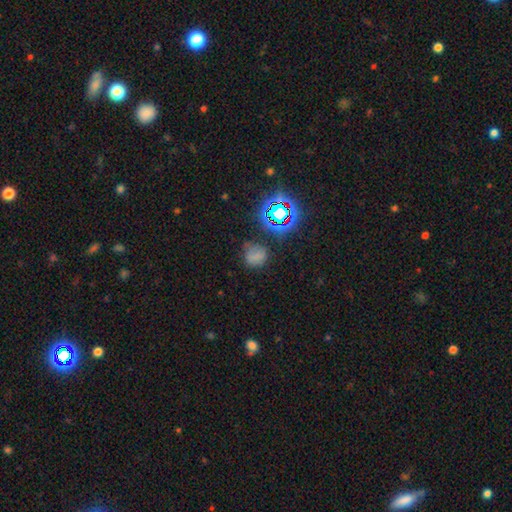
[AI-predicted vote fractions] This is possibly a smooth galaxy (59%). How rounded: likely round (72%). Merging: likely none (64%).